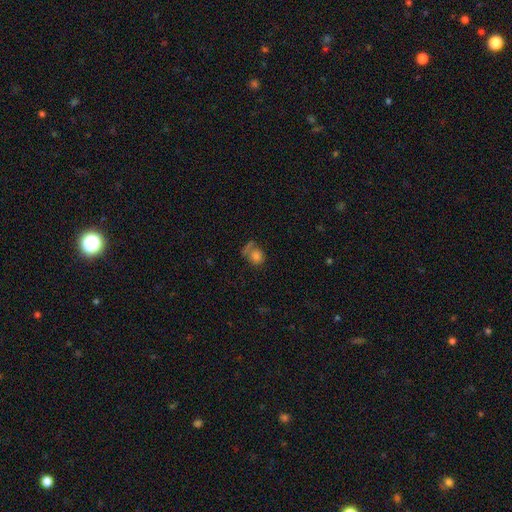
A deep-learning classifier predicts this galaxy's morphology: smooth_or_featured: smooth (p=0.71) [alt: star or artifact p=0.16]
how_rounded: round (p=0.64) [alt: in between p=0.35]
merging: none (p=0.45) [alt: minor disturbance p=0.20]